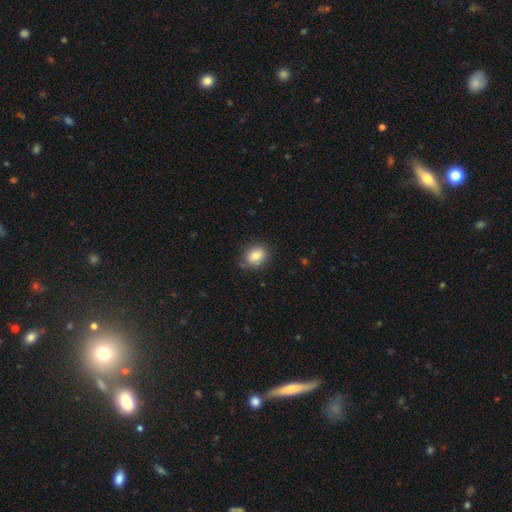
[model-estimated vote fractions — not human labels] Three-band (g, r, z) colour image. It shows a smooth galaxy with no disk features (84%) that is round (60%). Merging: none (82%).